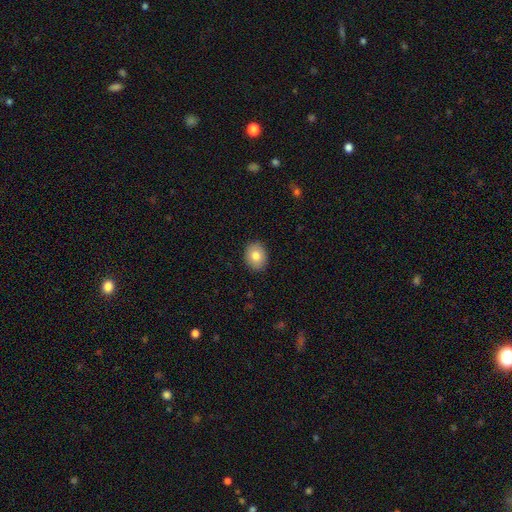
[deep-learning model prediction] Overall: smooth (80%). How rounded: round (50%; in between 49%). Merging: none (90%).